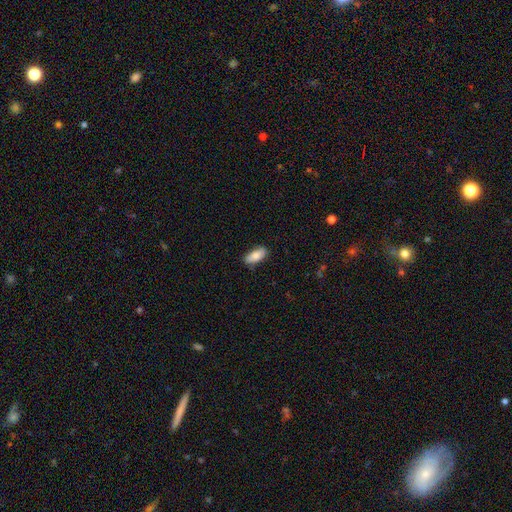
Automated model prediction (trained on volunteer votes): smooth_or_featured: smooth (p=0.81) [alt: featured or disk p=0.12]
how_rounded: in between (p=0.86) [alt: cigar-shaped p=0.12]
merging: none (p=0.85) [alt: minor disturbance p=0.12]